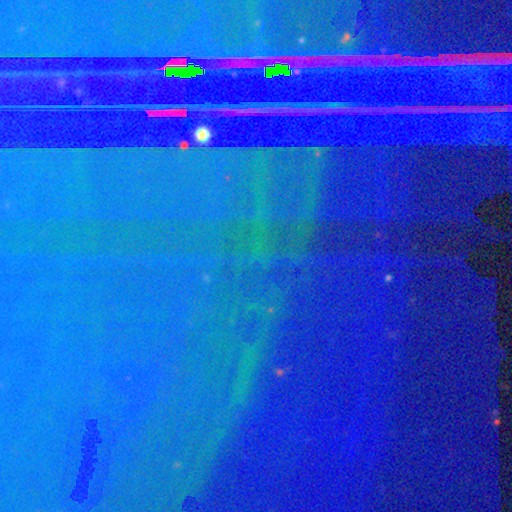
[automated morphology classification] This appears to be a star or artifact, not a galaxy (88%).